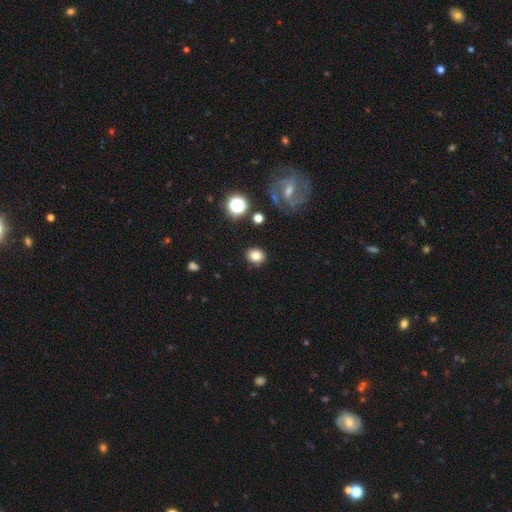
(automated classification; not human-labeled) Smooth or featured? smooth (79%)
How rounded? round (56%)
Merging? none (86%)